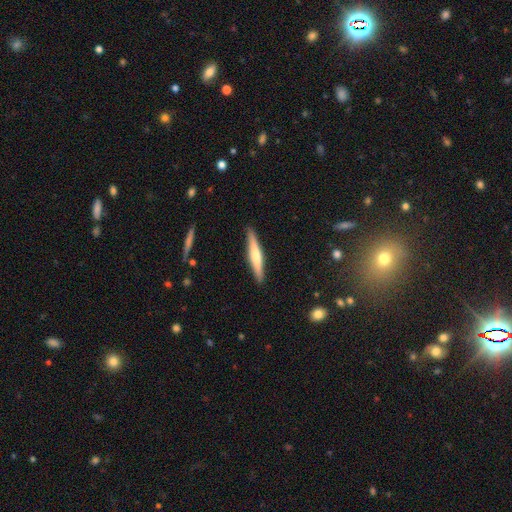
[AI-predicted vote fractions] This is possibly a smooth galaxy (50%). How rounded: clearly cigar-shaped (93%). Merging: clearly none (91%).